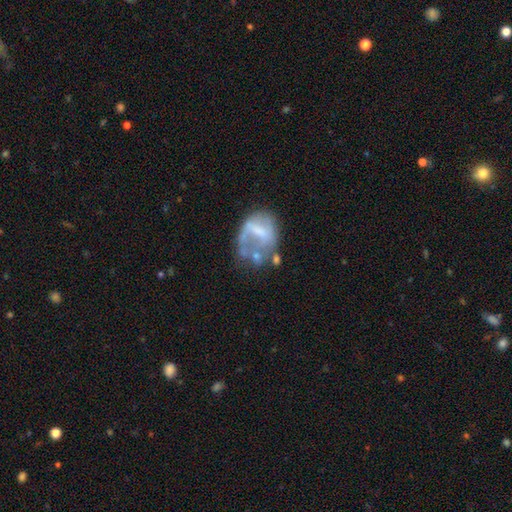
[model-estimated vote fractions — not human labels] Overall: featured or disk (57%; smooth 32%). Edge-on disk: no (97%). Bar: no (49%; weak 34%). Spiral arms: no (71%). Bulge size: none (40%; moderate 27%). Merging: major disturbance (33%; none 30%).